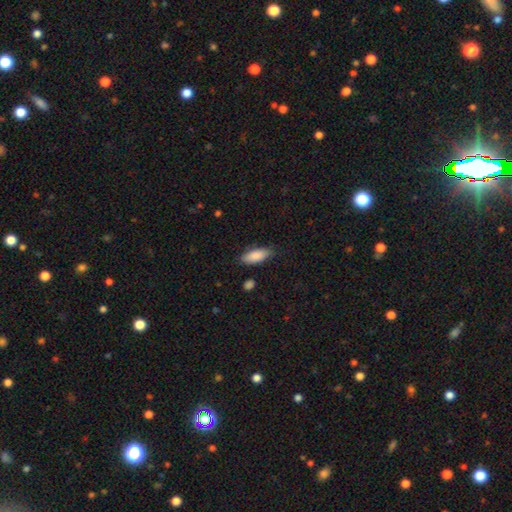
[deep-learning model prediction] Smooth or featured?
  - smooth: 87% *
  - featured or disk: 7%
  - star or artifact: 6%
How rounded?
  - in between: 79% *
  - cigar-shaped: 19%
  - round: 2%
Merging?
  - none: 81% *
  - minor disturbance: 15%
  - major disturbance: 3%
  - merger: 2%